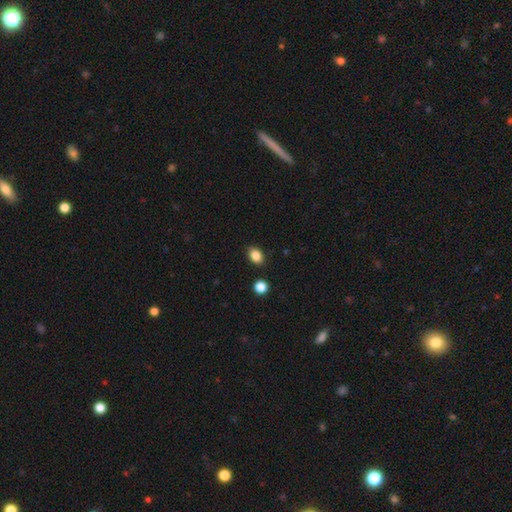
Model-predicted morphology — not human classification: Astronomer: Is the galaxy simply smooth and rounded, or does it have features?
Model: smooth — 86%.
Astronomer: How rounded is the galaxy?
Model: in between — 71%.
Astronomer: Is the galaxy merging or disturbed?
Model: none — 87%.